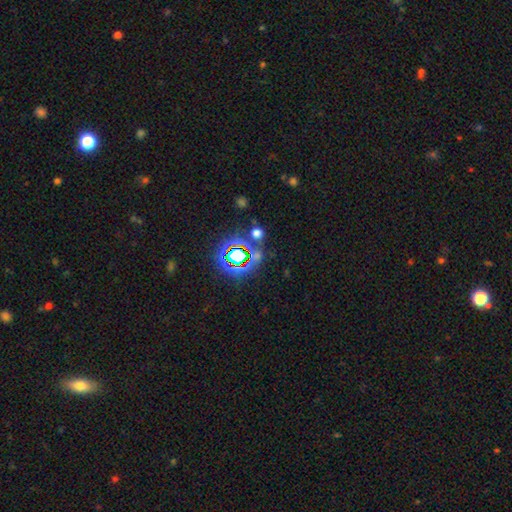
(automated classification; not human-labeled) Overall: star or artifact (66%).